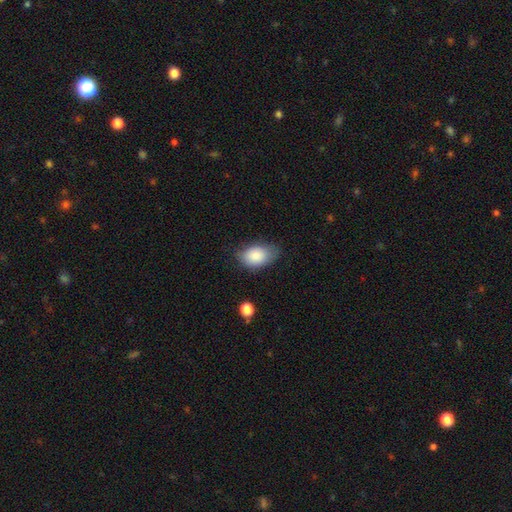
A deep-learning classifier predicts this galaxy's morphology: smooth-or-featured: smooth: 86% | featured or disk: 7% | star or artifact: 7%
  how-rounded: in between: 88% | round: 11% | cigar-shaped: 1%
  merging: none: 66% | minor disturbance: 26% | major disturbance: 6% | merger: 2%